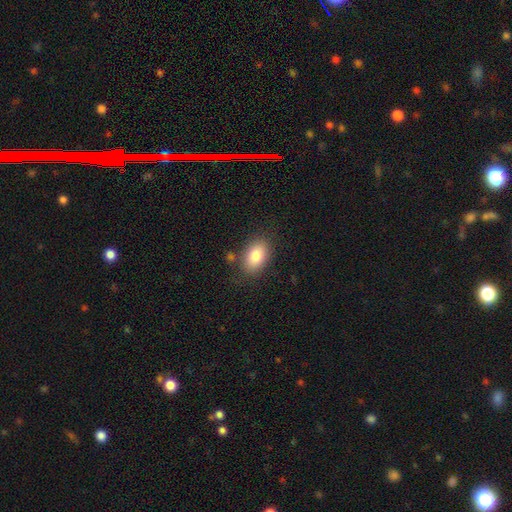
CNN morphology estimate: Smooth or featured: smooth — 81% (featured or disk — 11%)
How rounded: in between — 86% (round — 13%)
Merging: none — 80% (minor disturbance — 13%)